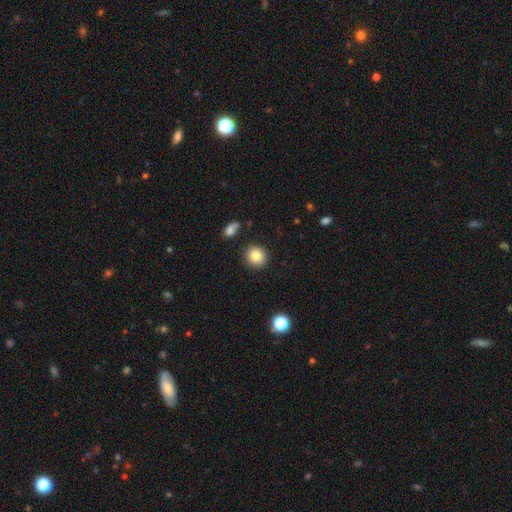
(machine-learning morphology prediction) This is clearly a smooth galaxy (84%). How rounded: clearly round (88%). Merging: clearly none (89%).